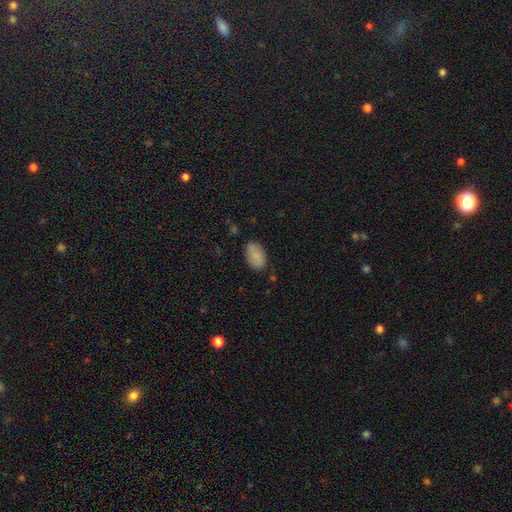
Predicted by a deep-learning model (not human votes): This appears to be a smooth galaxy with no disk features (85%) that is in between round and cigar-shaped (93%). Merging: none (82%).